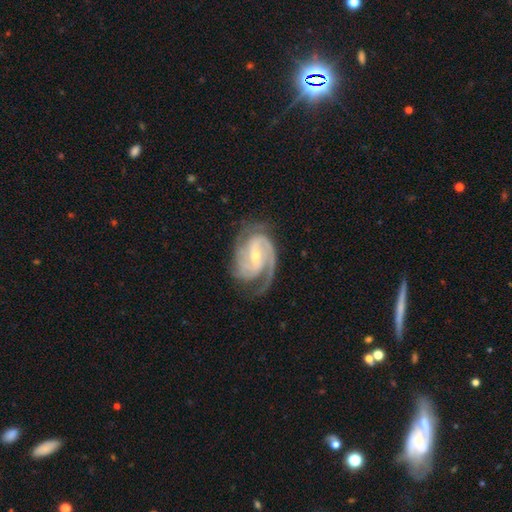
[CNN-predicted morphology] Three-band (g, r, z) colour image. It shows a featured or disk galaxy (92%) with a weak bar (48%), 2 (56%) tight (48%) spiral arms (98%) and a small central bulge (57%). Merging: none (70%).